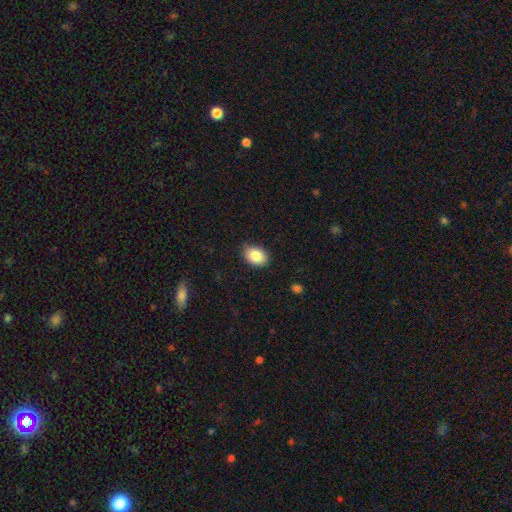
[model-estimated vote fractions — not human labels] Overall: smooth (85%). How rounded: in between (78%). Merging: none (87%).